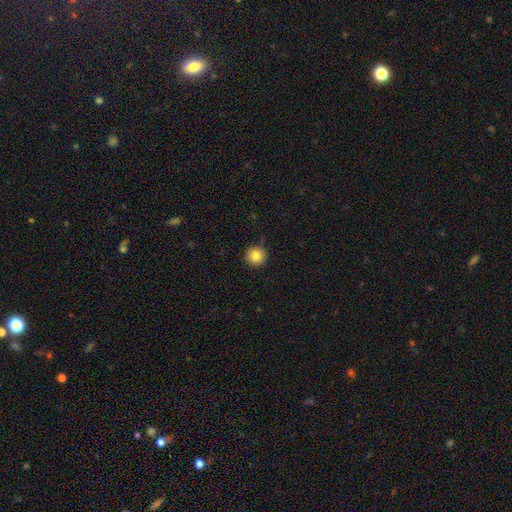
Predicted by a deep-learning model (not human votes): Smooth or featured?
  - smooth: 83% *
  - star or artifact: 10%
  - featured or disk: 8%
How rounded?
  - round: 95% *
  - in between: 4%
  - cigar-shaped: 1%
Merging?
  - none: 88% *
  - minor disturbance: 9%
  - major disturbance: 2%
  - merger: 1%